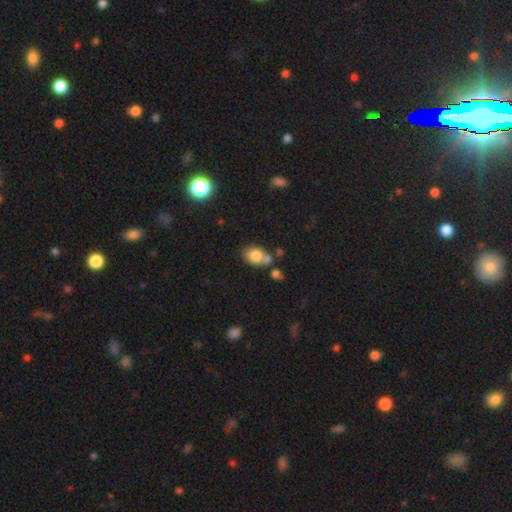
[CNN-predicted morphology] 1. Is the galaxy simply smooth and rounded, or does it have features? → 79% smooth, 11% featured or disk, 10% star or artifact.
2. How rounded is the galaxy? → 58% in between, 40% round, 1% cigar-shaped.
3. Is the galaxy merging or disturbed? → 55% none, 25% merger, 16% minor disturbance, 5% major disturbance.